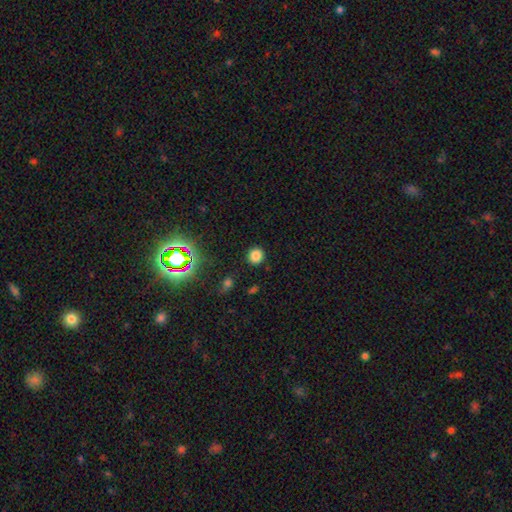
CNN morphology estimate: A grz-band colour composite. It shows a smooth galaxy with no disk features (79%) that is round (89%). Merging: none (90%).